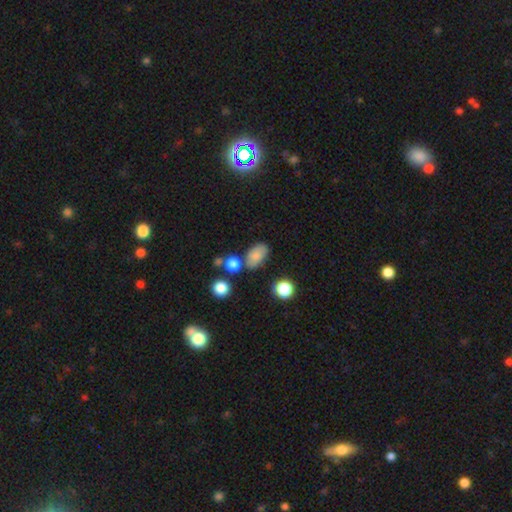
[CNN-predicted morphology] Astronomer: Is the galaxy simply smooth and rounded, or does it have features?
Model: smooth — 80%.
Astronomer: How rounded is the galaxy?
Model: in between — 88%.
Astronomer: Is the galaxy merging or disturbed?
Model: none — 67%.